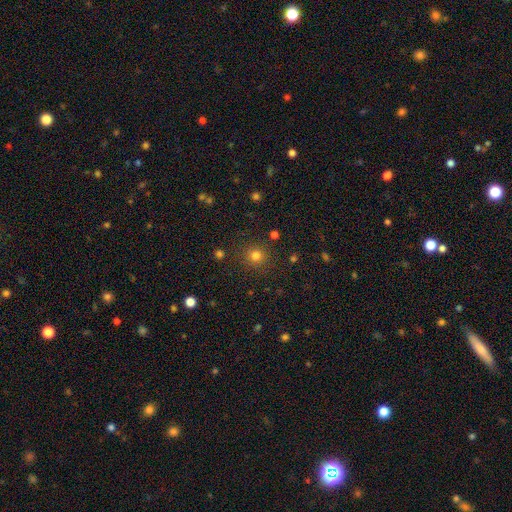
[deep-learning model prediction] Smooth or featured: smooth — 79% (star or artifact — 16%)
How rounded: round — 93% (in between — 6%)
Merging: none — 89% (minor disturbance — 7%)